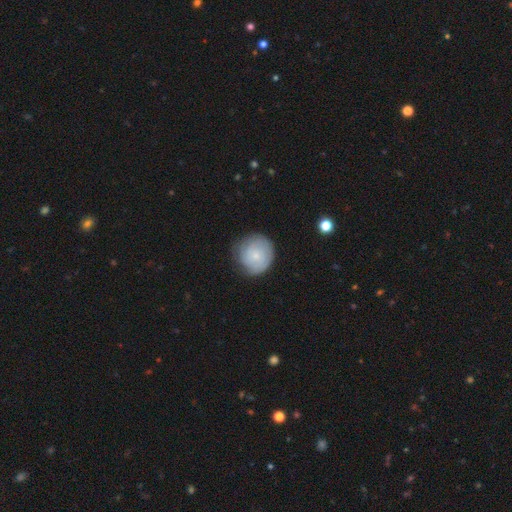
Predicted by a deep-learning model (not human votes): Morphology: type=smooth (61%); roundness=round (90%); merging=none (72%).